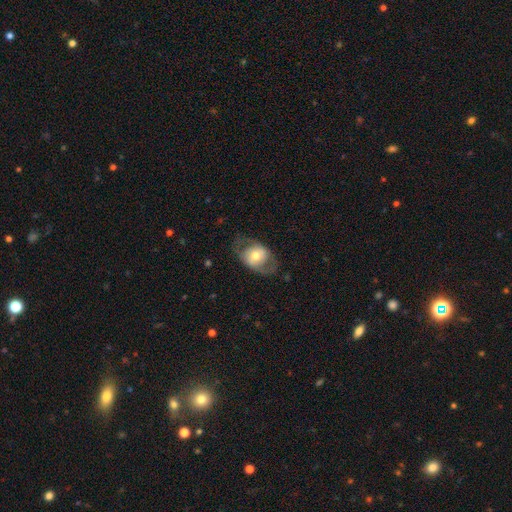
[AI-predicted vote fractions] A featured or disk galaxy (49%). Merging: none (63%).